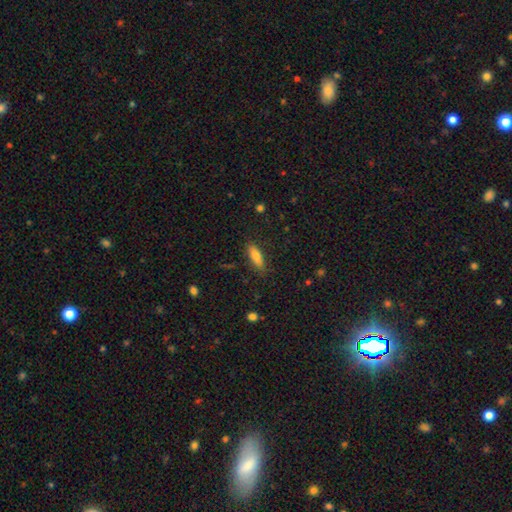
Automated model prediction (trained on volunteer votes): Overall: smooth (80%). How rounded: in between (60%; cigar-shaped 38%). Merging: none (82%).